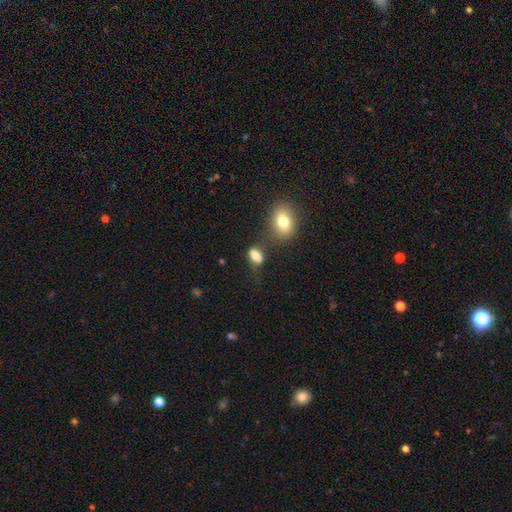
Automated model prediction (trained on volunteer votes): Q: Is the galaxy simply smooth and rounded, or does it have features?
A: smooth — 80%.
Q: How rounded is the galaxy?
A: in between — 82%.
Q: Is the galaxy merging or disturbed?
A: none — 51%.